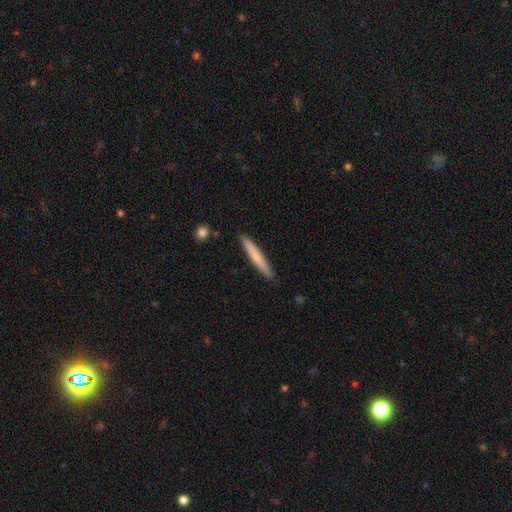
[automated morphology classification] A smooth galaxy with no disk features (70%) that is cigar-shaped (96%). Merging: none (91%).